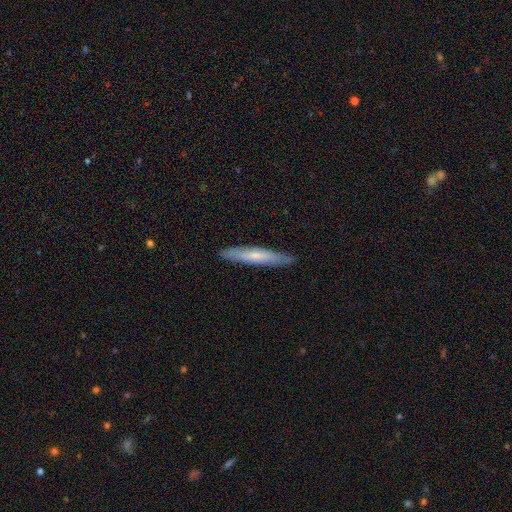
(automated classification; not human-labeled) Smooth or featured? Predicted: smooth (p=0.54). How rounded? Predicted: cigar-shaped (p=0.92). Merging? Predicted: none (p=0.88).